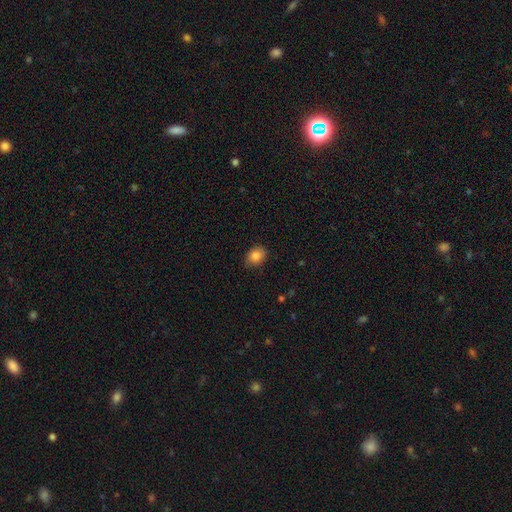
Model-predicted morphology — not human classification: A smooth galaxy with no disk features (85%) that is in between round and cigar-shaped (62%). Merging: none (84%).